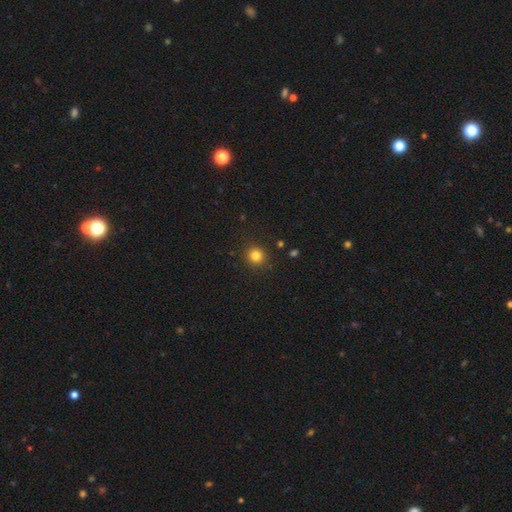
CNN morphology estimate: smooth_or_featured: smooth (p=0.82) [alt: star or artifact p=0.13]
how_rounded: round (p=0.91) [alt: in between p=0.08]
merging: none (p=0.90) [alt: minor disturbance p=0.06]